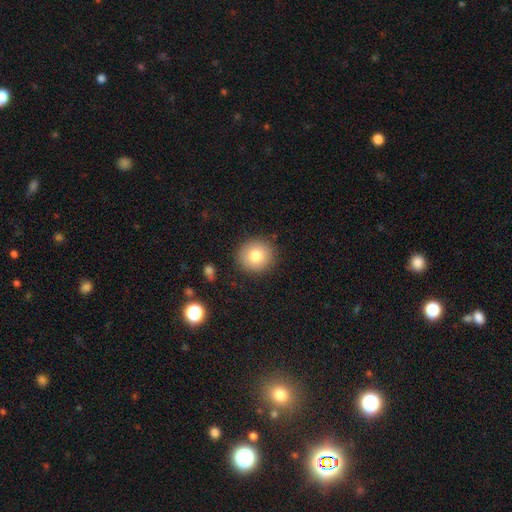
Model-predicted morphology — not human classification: Overall: smooth (80%). How rounded: round (91%). Merging: none (89%).